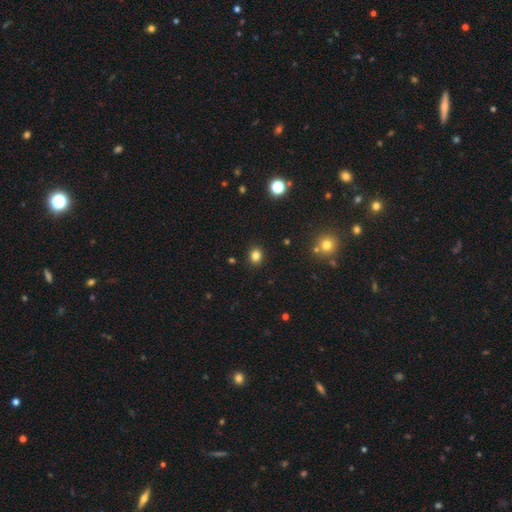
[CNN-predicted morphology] Q: Smooth or featured?
A: smooth (81%); runner-up: star or artifact (14%)
Q: How rounded?
A: round (64%); runner-up: in between (35%)
Q: Merging?
A: none (89%); runner-up: minor disturbance (7%)